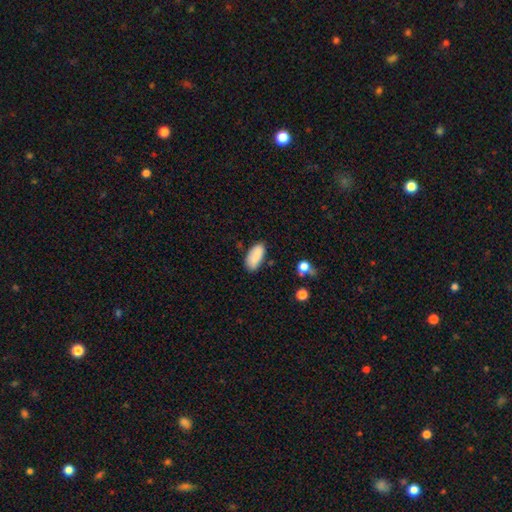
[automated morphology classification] smooth-or-featured: smooth: 88% | star or artifact: 7% | featured or disk: 5%
  how-rounded: in between: 89% | cigar-shaped: 9% | round: 2%
  merging: none: 81% | minor disturbance: 14% | major disturbance: 3% | merger: 2%